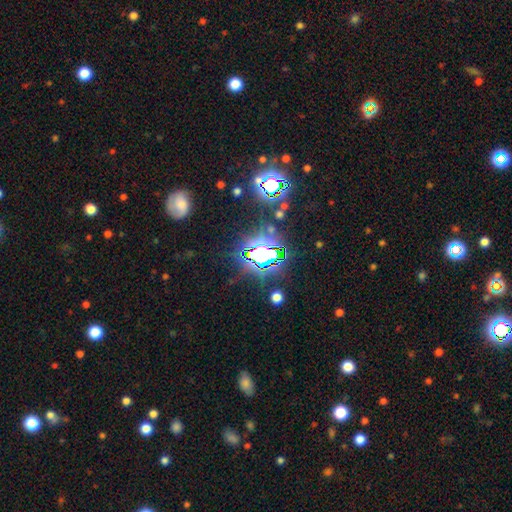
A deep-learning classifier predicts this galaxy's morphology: Overall: star or artifact (75%).